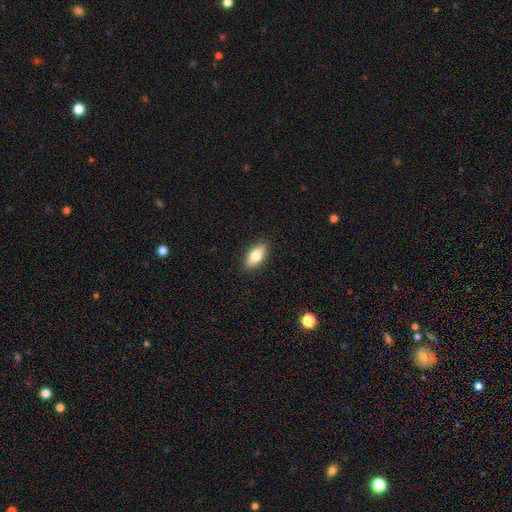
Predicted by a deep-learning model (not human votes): A smooth galaxy with no disk features (75%) that is in between round and cigar-shaped (85%).

Vote fractions:
- Smooth or featured? smooth: 75% / featured or disk: 18% / star or artifact: 7%
- How rounded? in between: 85% / cigar-shaped: 11% / round: 4%
- Merging? none: 89% / minor disturbance: 8% / major disturbance: 2% / merger: 1%